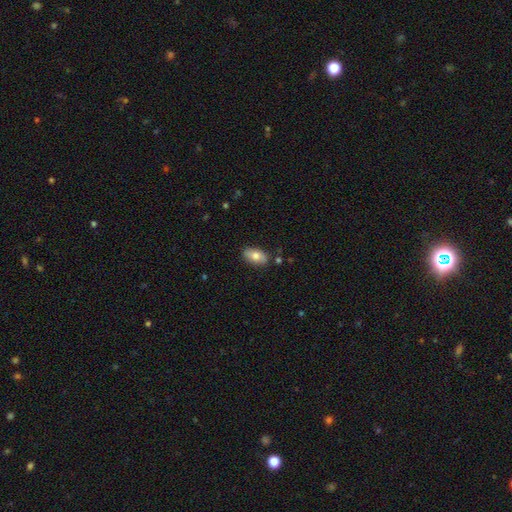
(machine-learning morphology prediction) Smooth or featured? Predicted: smooth (p=0.76). How rounded? Predicted: in between (p=0.92). Merging? Predicted: none (p=0.83).